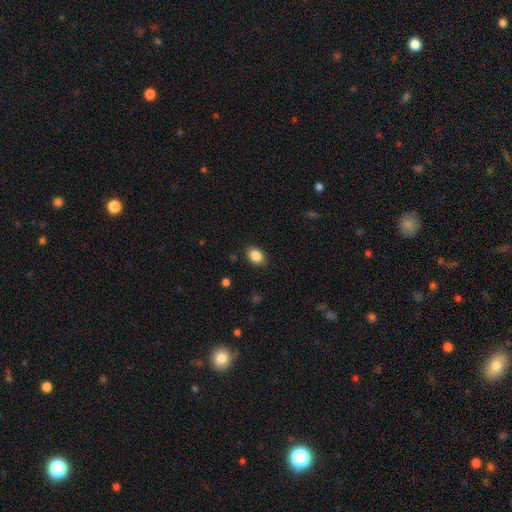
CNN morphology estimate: Smooth or featured: smooth — 87% (star or artifact — 8%)
How rounded: in between — 78% (round — 21%)
Merging: none — 88% (minor disturbance — 9%)